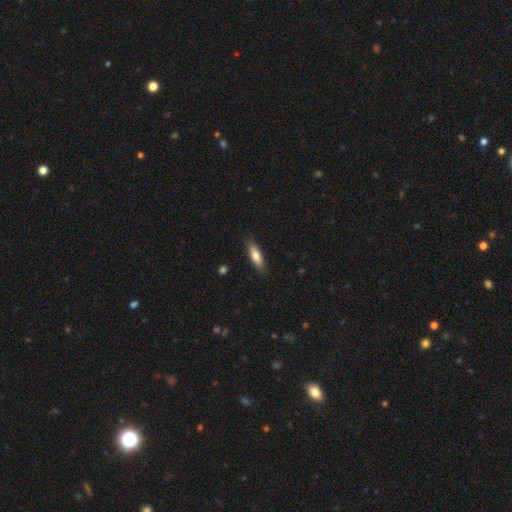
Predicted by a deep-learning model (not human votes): Morphology: type=smooth (77%); roundness=in between (50%); merging=none (85%).